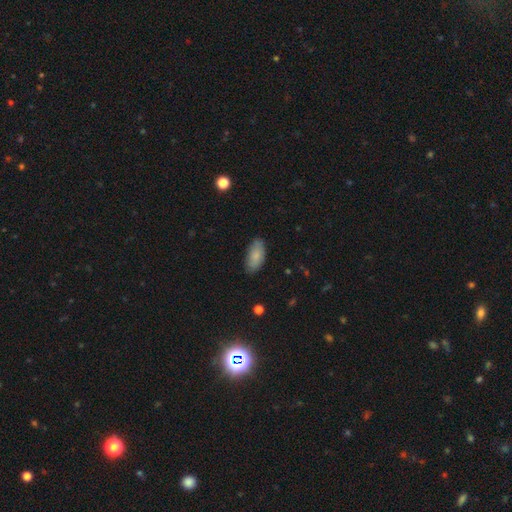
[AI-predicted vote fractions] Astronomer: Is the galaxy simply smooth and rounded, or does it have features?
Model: smooth — 83%.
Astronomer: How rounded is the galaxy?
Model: in between — 91%.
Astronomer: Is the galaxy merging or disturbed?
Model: none — 80%.